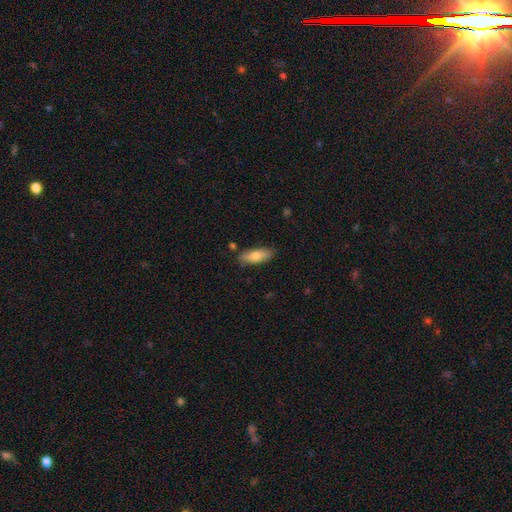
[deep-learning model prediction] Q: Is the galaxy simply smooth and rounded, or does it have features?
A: smooth — 73%.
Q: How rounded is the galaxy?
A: in between — 61%.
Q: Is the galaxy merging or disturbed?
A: none — 83%.